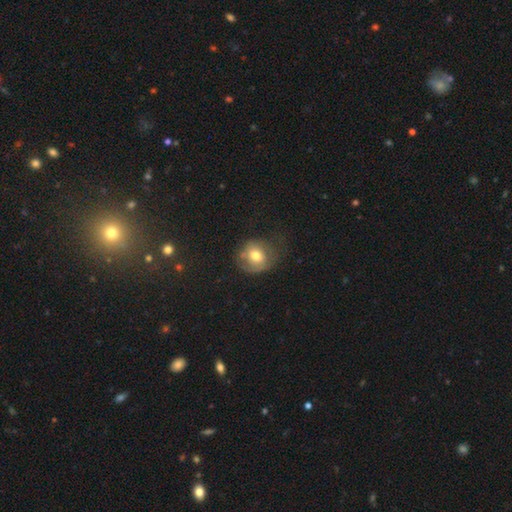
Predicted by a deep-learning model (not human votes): Smooth or featured: smooth — 64% (featured or disk — 26%)
How rounded: round — 72% (in between — 27%)
Merging: none — 49% (minor disturbance — 27%)